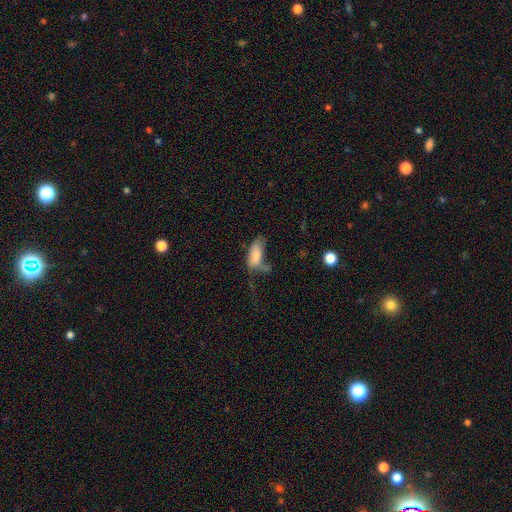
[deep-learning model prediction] This appears to be a smooth galaxy with no disk features (72%) that is in between round and cigar-shaped (83%). Merging: major disturbance (37%).